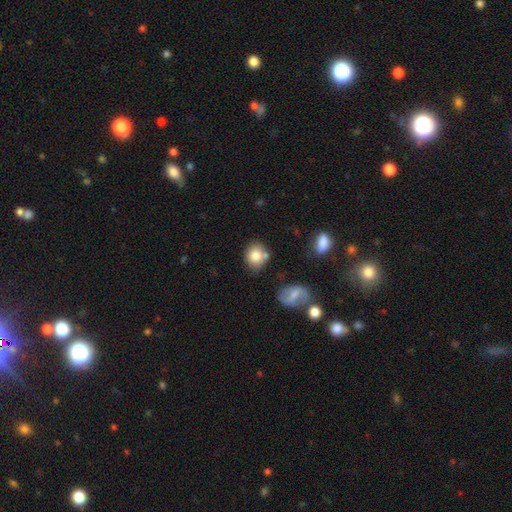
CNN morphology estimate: Smooth or featured? smooth (79%)
How rounded? round (67%)
Merging? none (66%)